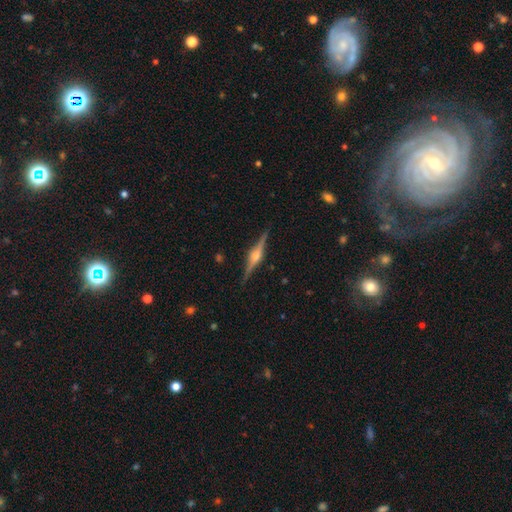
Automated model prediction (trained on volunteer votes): A featured or disk galaxy (86%) viewed edge-on (98%) with a rounded central bulge (92%). Merging: none (91%).